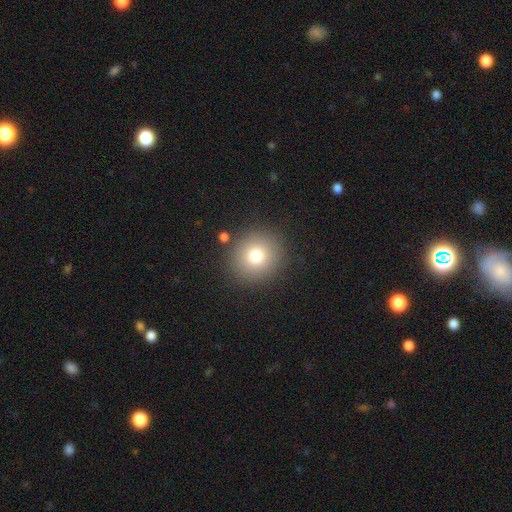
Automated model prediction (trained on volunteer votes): Q: Smooth or featured?
A: smooth (76%); runner-up: star or artifact (13%)
Q: How rounded?
A: round (93%); runner-up: in between (6%)
Q: Merging?
A: none (87%); runner-up: minor disturbance (7%)